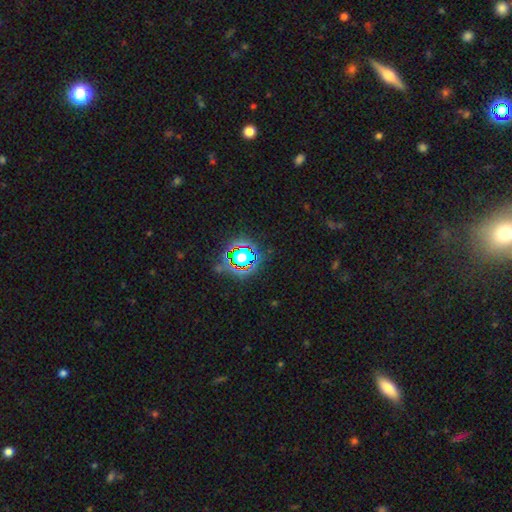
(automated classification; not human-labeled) This is likely a star or artifact rather than a galaxy (76%).